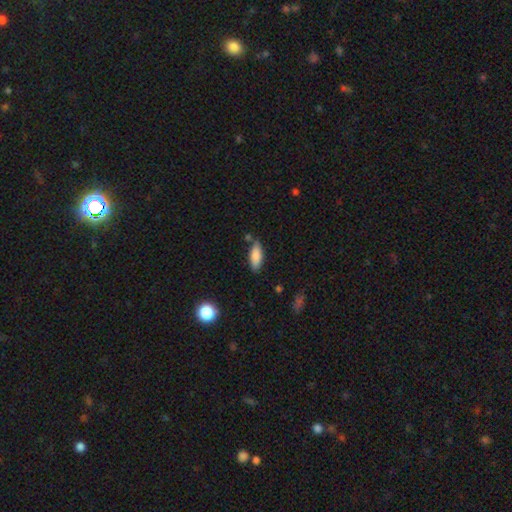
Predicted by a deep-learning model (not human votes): Smooth or featured? Predicted: smooth (p=0.84). How rounded? Predicted: in between (p=0.65). Merging? Predicted: none (p=0.76).